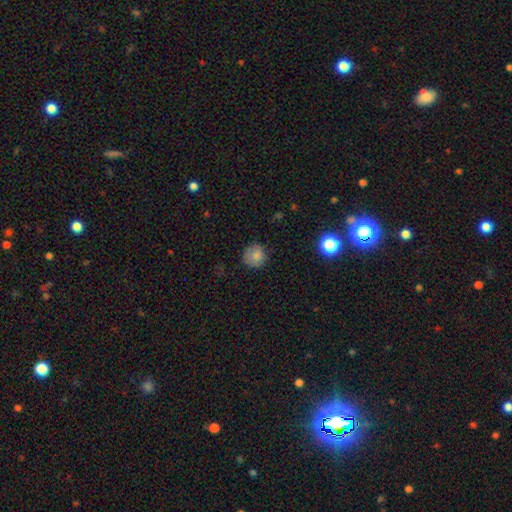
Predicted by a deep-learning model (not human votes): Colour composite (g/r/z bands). It shows a smooth galaxy with no disk features (82%) that is round (91%). Merging: none (79%).